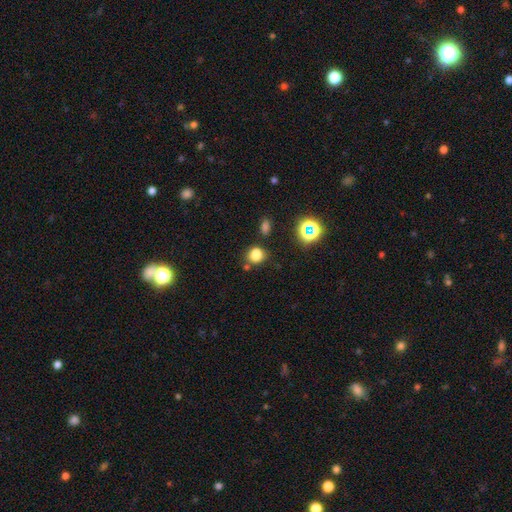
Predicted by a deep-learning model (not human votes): Smooth or featured?
  - smooth: 76% *
  - star or artifact: 18%
  - featured or disk: 6%
How rounded?
  - round: 61% *
  - in between: 38%
  - cigar-shaped: 1%
Merging?
  - none: 69% *
  - minor disturbance: 16%
  - merger: 10%
  - major disturbance: 5%